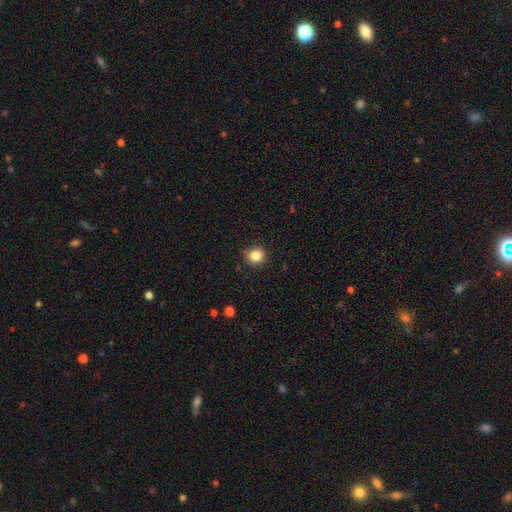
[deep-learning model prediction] smooth 85%, star or artifact 11%, featured or disk 4%. Down the decision tree: how rounded — round (90%); merging — none (89%).